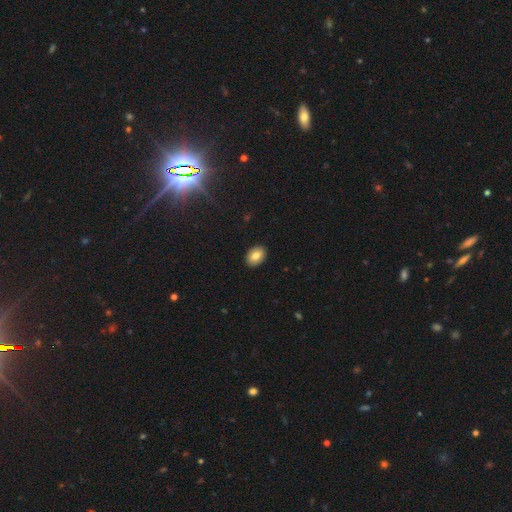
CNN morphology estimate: Smooth or featured? Predicted: smooth (p=0.81). How rounded? Predicted: in between (p=0.80). Merging? Predicted: none (p=0.90).